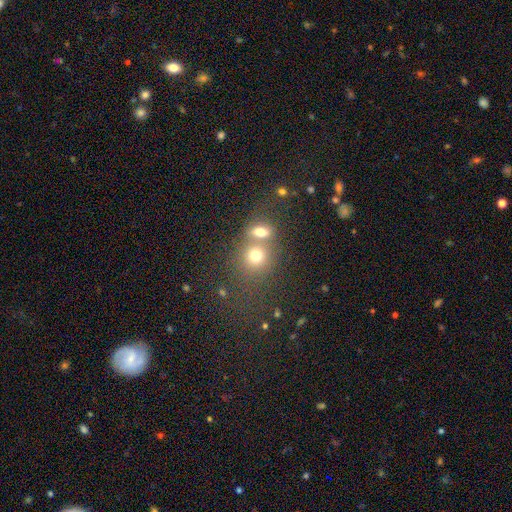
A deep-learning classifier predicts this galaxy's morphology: This appears to be a smooth galaxy with no disk features (74%) that is round (73%). Merging: merger (49%).